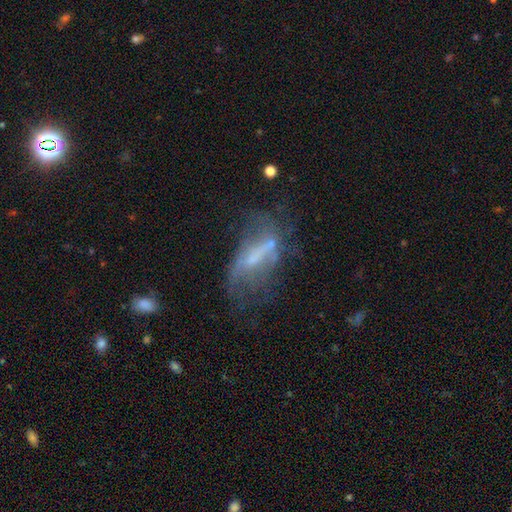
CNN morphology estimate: A featured or disk galaxy (59%).

Vote fractions:
- Smooth or featured? featured or disk: 59% / smooth: 28% / star or artifact: 13%
- Edge-on disk? no: 85% / yes: 15%
- Merging? none: 35% / major disturbance: 33% / minor disturbance: 23% / merger: 9%